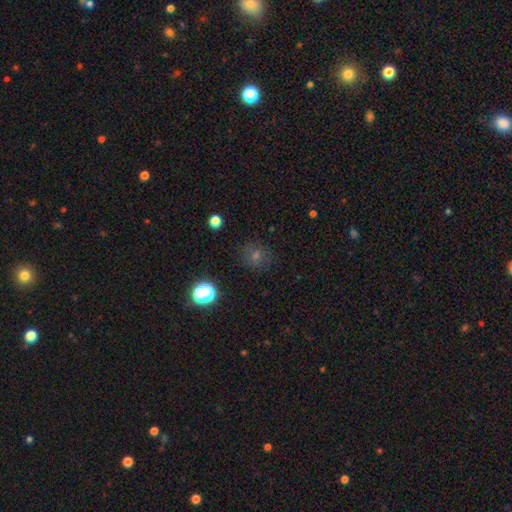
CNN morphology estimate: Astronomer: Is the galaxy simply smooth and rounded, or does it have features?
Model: smooth — 55% (runner-up: star or artifact, 32%).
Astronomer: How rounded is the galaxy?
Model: round — 85%.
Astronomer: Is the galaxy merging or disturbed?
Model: none — 84%.